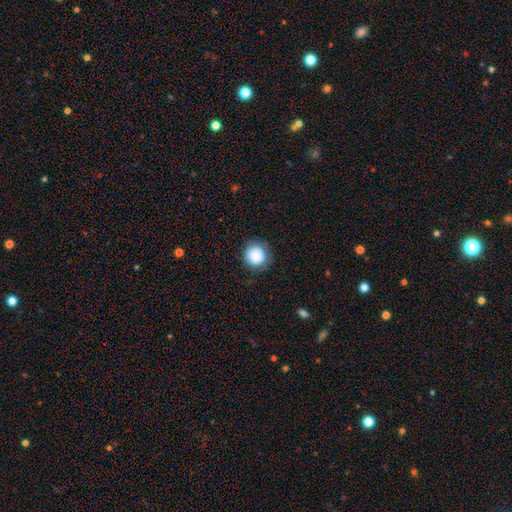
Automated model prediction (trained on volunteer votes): Morphology: type=smooth (87%); roundness=round (93%); merging=none (85%).